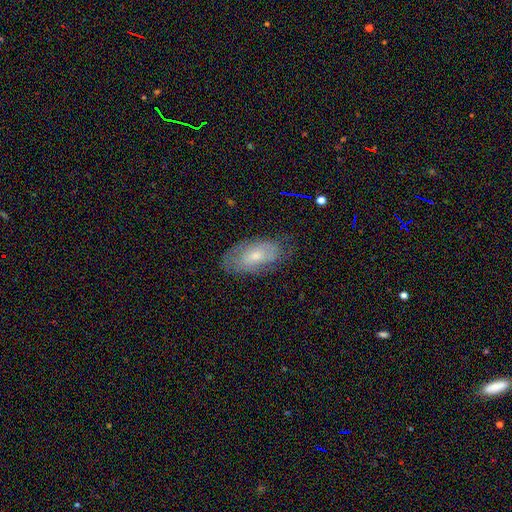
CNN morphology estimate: Smooth or featured: smooth — 50% (featured or disk — 42%)
How rounded: in between — 91% (cigar-shaped — 5%)
Merging: none — 69% (minor disturbance — 23%)